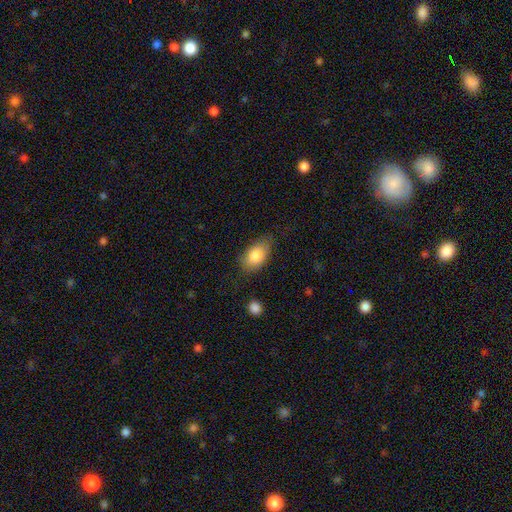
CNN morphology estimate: Overall: smooth (83%). How rounded: in between (90%). Merging: none (70%).